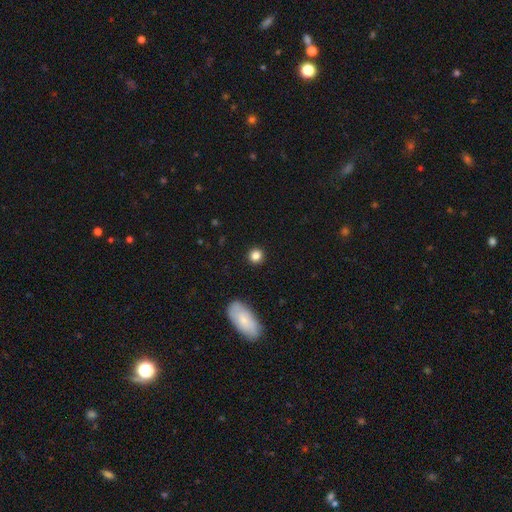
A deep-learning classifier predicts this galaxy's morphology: smooth_or_featured: smooth (p=0.85) [alt: star or artifact p=0.10]
how_rounded: round (p=0.90) [alt: in between p=0.09]
merging: none (p=0.90) [alt: minor disturbance p=0.06]